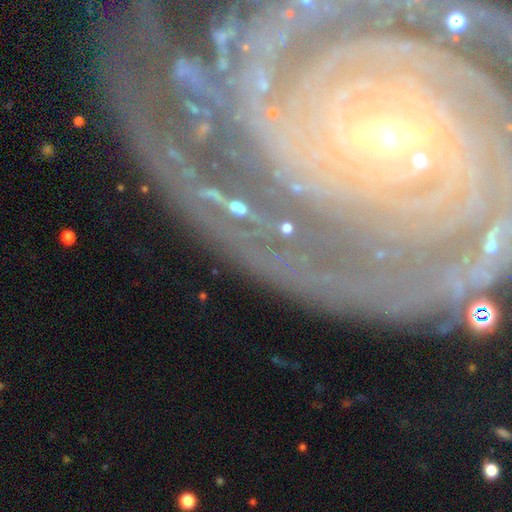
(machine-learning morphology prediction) Q: Smooth or featured?
A: featured or disk (69%); runner-up: star or artifact (19%)
Q: Edge-on disk?
A: no (85%); runner-up: yes (15%)
Q: Bar?
A: no (37%); runner-up: strong (35%)
Q: Spiral arms?
A: yes (85%); runner-up: no (15%)
Q: Bulge size?
A: small (48%); runner-up: moderate (39%)
Q: Merging?
A: none (70%); runner-up: minor disturbance (15%)